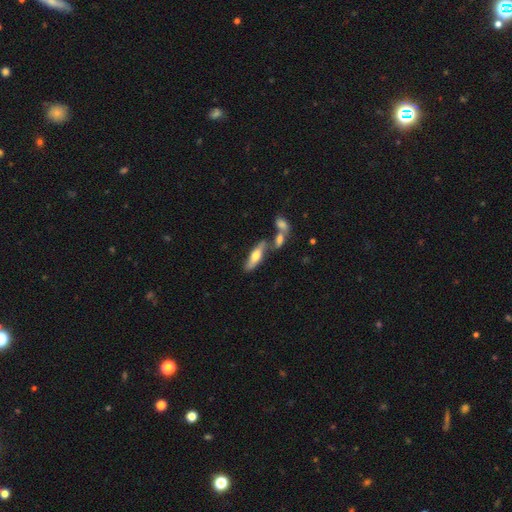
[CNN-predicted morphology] Q: Smooth or featured?
A: smooth (52%); runner-up: featured or disk (41%)
Q: How rounded?
A: cigar-shaped (55%); runner-up: in between (42%)
Q: Merging?
A: none (56%); runner-up: merger (24%)